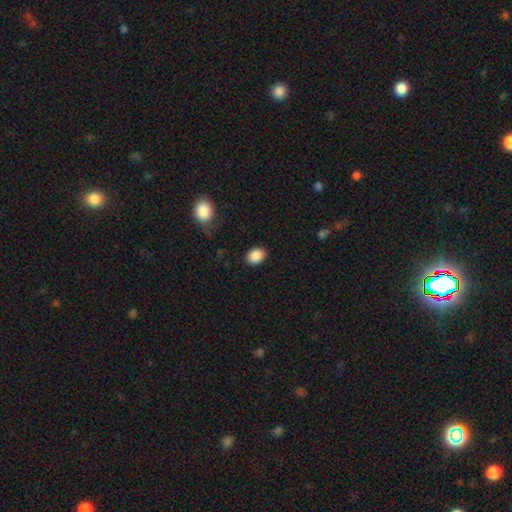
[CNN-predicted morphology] smooth 89%, star or artifact 8%, featured or disk 3%. Down the decision tree: how rounded — in between (68%); merging — none (87%).